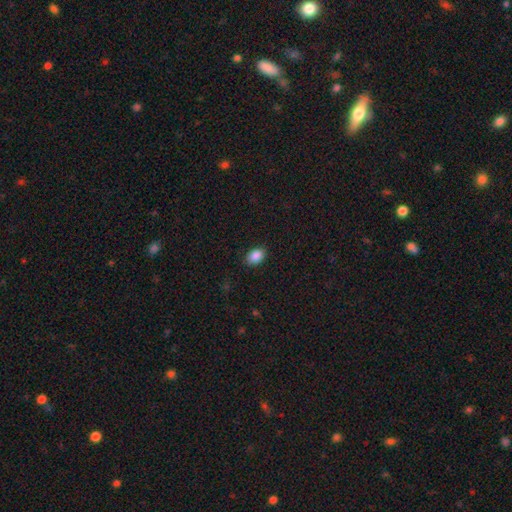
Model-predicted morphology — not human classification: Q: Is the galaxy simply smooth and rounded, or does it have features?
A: smooth — 89%.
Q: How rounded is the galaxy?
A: in between — 81%.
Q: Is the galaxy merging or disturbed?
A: none — 87%.